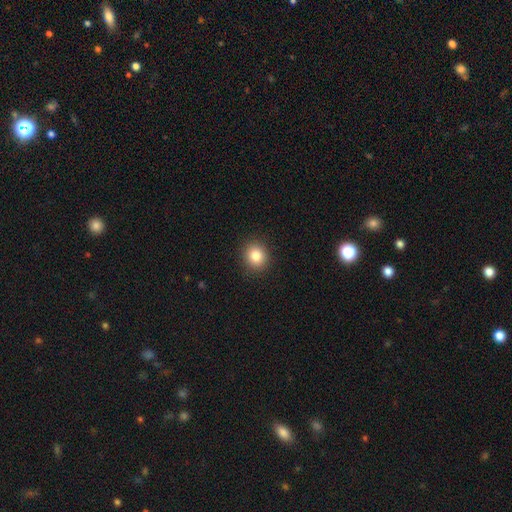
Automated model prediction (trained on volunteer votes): smooth 84%, star or artifact 10%, featured or disk 6%. Down the decision tree: how rounded — round (81%); merging — none (91%).